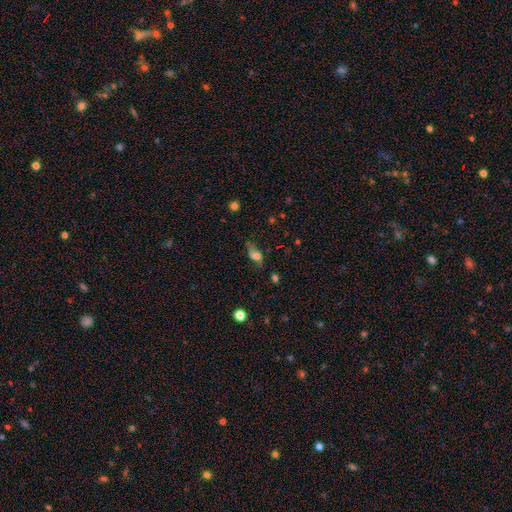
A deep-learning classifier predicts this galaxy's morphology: smooth-or-featured: smooth: 49% | featured or disk: 38% | star or artifact: 14%
  merging: none: 52% | minor disturbance: 26% | major disturbance: 18% | merger: 3%